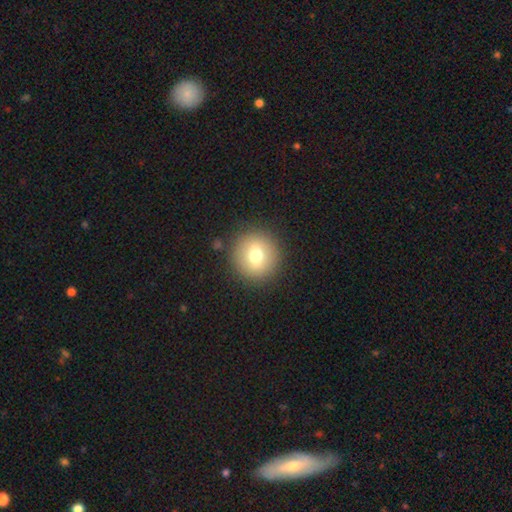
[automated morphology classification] smooth_or_featured: smooth (p=0.71) [alt: featured or disk p=0.18]
how_rounded: round (p=0.94) [alt: in between p=0.05]
merging: none (p=0.89) [alt: minor disturbance p=0.06]